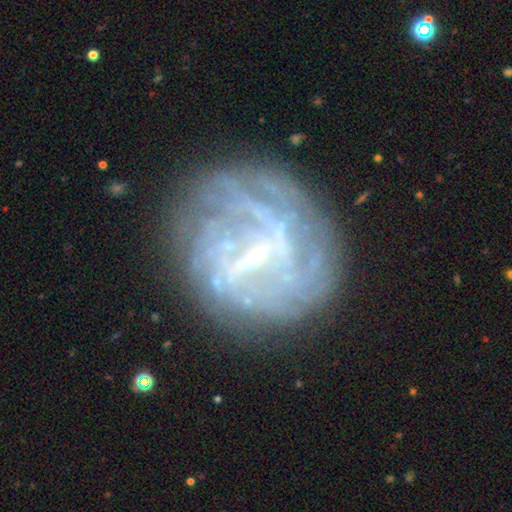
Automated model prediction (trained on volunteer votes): Overall: featured or disk (78%). Edge-on disk: no (96%). Bar: strong (46%; weak 41%). Spiral arms: yes (68%; no 32%). Spiral arm count: can't tell (56%; 2 16%). Spiral winding: tight (58%; medium 25%). Bulge size: small (52%; none 22%). Merging: none (70%).